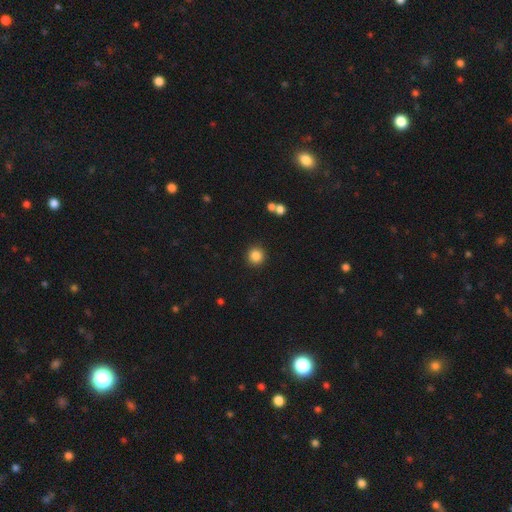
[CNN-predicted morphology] Smooth or featured?
  - smooth: 85% *
  - star or artifact: 10%
  - featured or disk: 4%
How rounded?
  - round: 94% *
  - in between: 5%
  - cigar-shaped: 1%
Merging?
  - none: 91% *
  - minor disturbance: 5%
  - merger: 2%
  - major disturbance: 2%